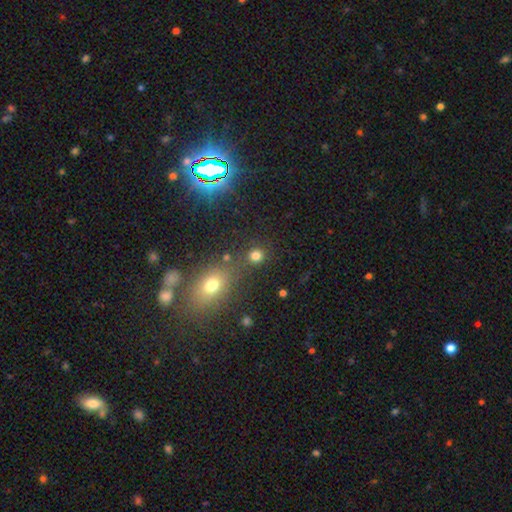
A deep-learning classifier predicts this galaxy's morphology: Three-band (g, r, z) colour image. It shows a smooth galaxy with no disk features (78%) that is round (87%). Merging: none (78%).